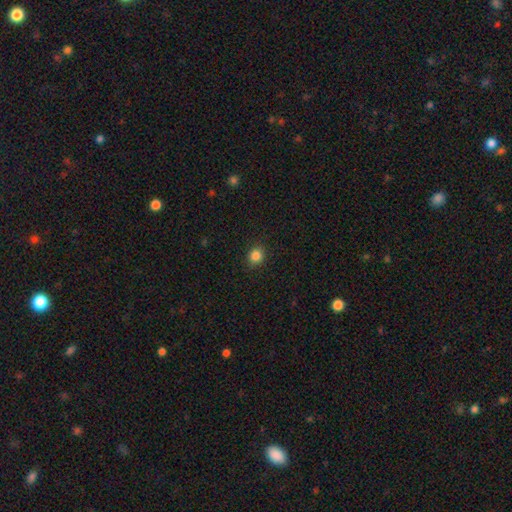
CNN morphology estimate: Smooth or featured?
  - smooth: 85% *
  - star or artifact: 11%
  - featured or disk: 4%
How rounded?
  - round: 77% *
  - in between: 22%
  - cigar-shaped: 1%
Merging?
  - none: 90% *
  - minor disturbance: 7%
  - major disturbance: 2%
  - merger: 1%